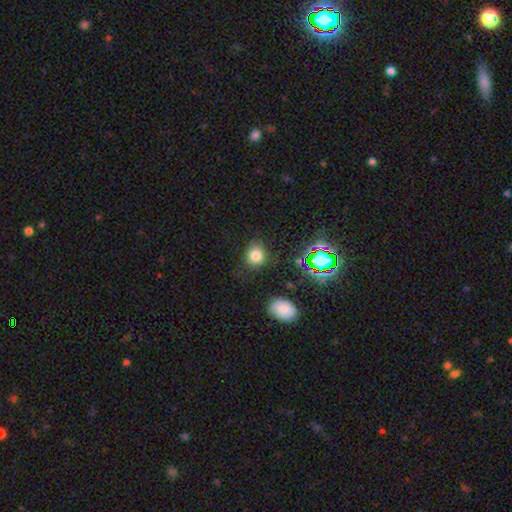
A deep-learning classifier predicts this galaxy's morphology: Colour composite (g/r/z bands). It shows a smooth galaxy with no disk features (77%) that is round (75%). Merging: none (80%).